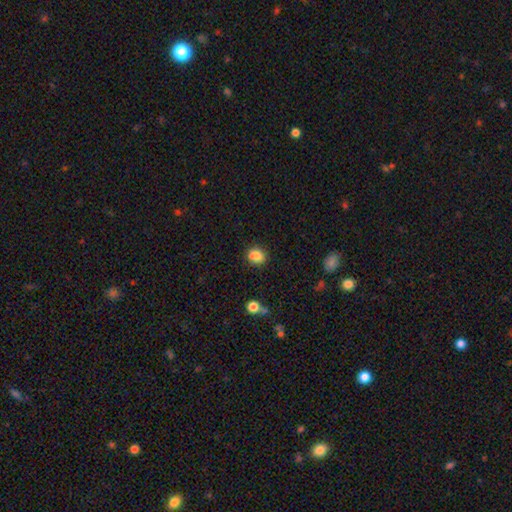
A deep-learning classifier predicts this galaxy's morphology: Smooth or featured?
  - smooth: 83% *
  - star or artifact: 10%
  - featured or disk: 7%
How rounded?
  - round: 58% *
  - in between: 41%
  - cigar-shaped: 1%
Merging?
  - none: 75% *
  - minor disturbance: 14%
  - merger: 8%
  - major disturbance: 3%